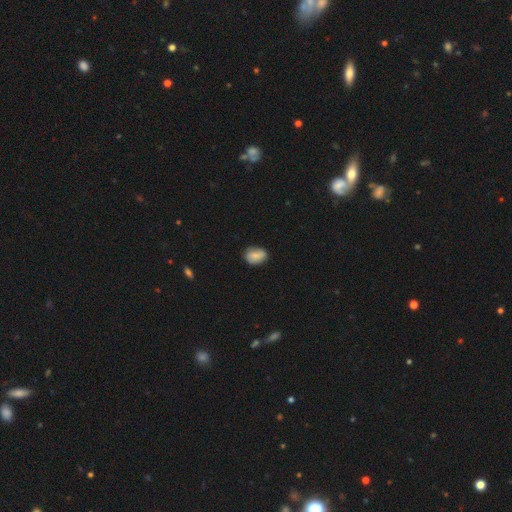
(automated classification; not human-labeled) Smooth or featured: smooth — 76% (featured or disk — 16%)
How rounded: in between — 74% (round — 24%)
Merging: none — 79% (minor disturbance — 17%)